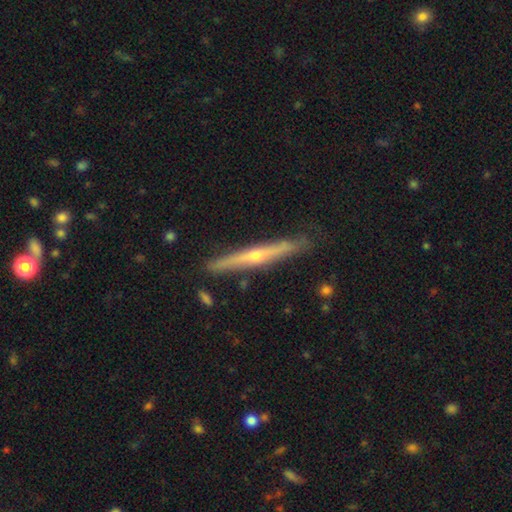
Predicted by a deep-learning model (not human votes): This is likely a featured or disk galaxy (73%). It is clearly viewed edge-on (97%). Edge-on bulge: clearly rounded (82%). Merging: clearly none (86%).